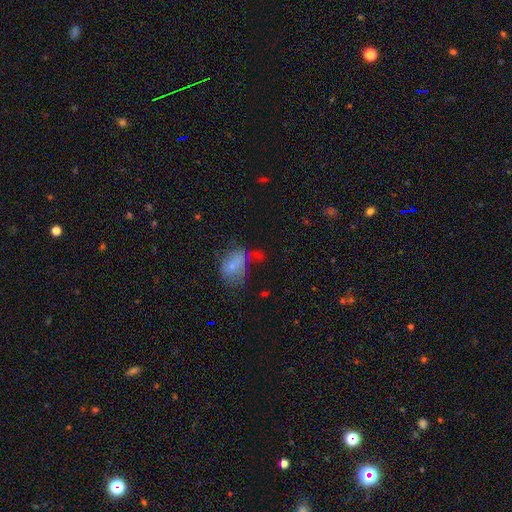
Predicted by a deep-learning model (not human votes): smooth-or-featured: smooth: 65% | star or artifact: 18% | featured or disk: 17%
  how-rounded: in between: 72% | round: 25% | cigar-shaped: 3%
  merging: none: 39% | merger: 23% | minor disturbance: 21% | major disturbance: 18%